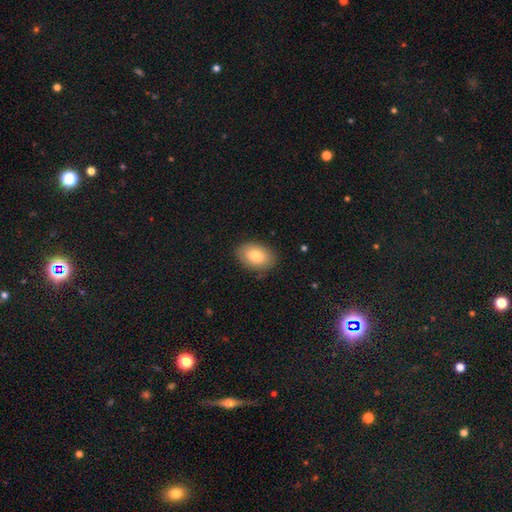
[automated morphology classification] Smooth or featured?
  - smooth: 79% *
  - featured or disk: 14%
  - star or artifact: 7%
How rounded?
  - in between: 86% *
  - round: 13%
  - cigar-shaped: 1%
Merging?
  - none: 84% *
  - minor disturbance: 12%
  - major disturbance: 3%
  - merger: 1%